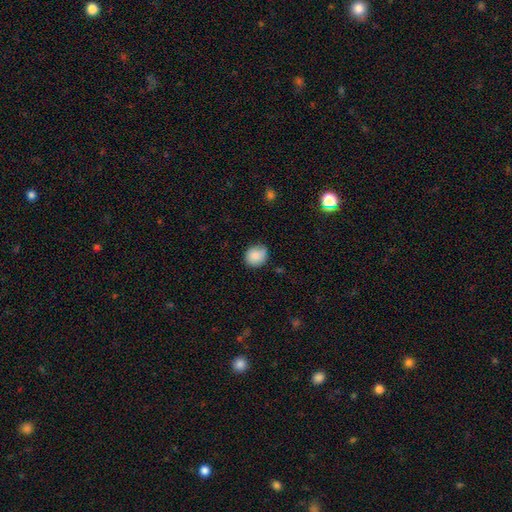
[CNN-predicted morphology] Smooth or featured? Predicted: smooth (p=0.86). How rounded? Predicted: round (p=0.77). Merging? Predicted: none (p=0.72).